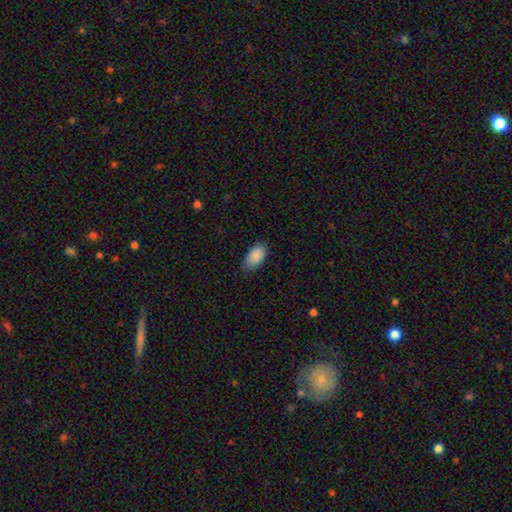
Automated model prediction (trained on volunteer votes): smooth_or_featured: smooth (p=0.89) [alt: star or artifact p=0.06]
how_rounded: in between (p=0.94) [alt: round p=0.03]
merging: none (p=0.80) [alt: minor disturbance p=0.16]